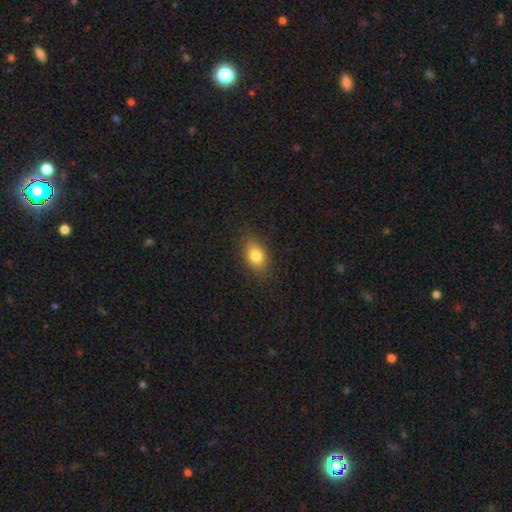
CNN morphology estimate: Q: Smooth or featured?
A: smooth (80%); runner-up: featured or disk (10%)
Q: How rounded?
A: in between (80%); runner-up: round (17%)
Q: Merging?
A: none (84%); runner-up: minor disturbance (12%)